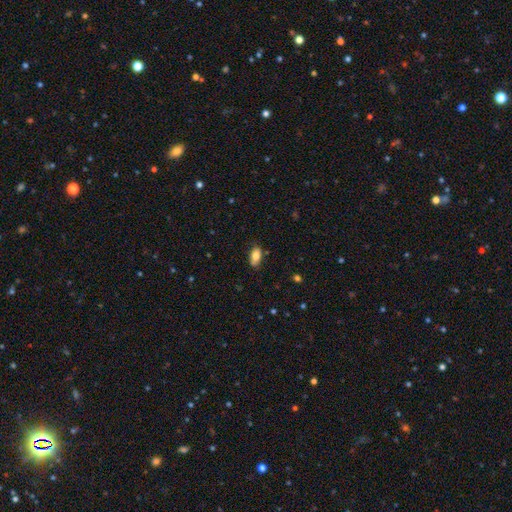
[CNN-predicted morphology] smooth 80%, featured or disk 12%, star or artifact 7%. Down the decision tree: how rounded — in between (90%); merging — none (76%).